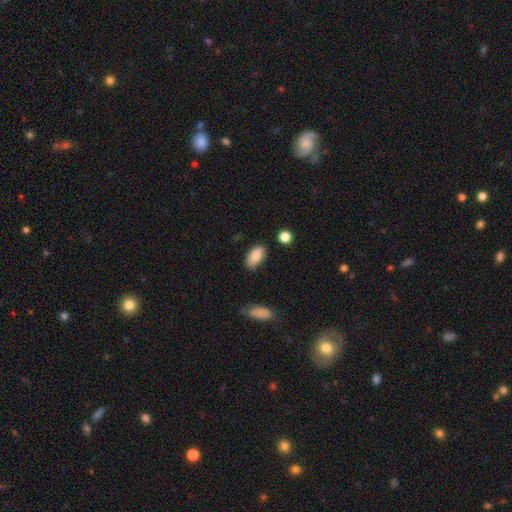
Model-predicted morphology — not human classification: The model was most divided on "merging": none: 79%, minor disturbance: 15%, major disturbance: 3%, merger: 3%. More confident: how rounded — in between (93%); smooth or featured — smooth (87%).